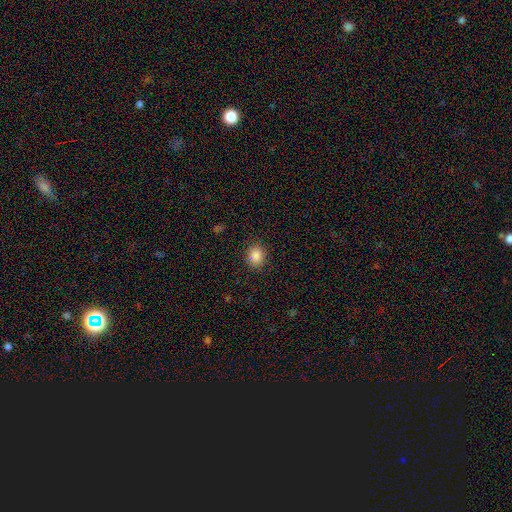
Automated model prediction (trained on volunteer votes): Q: Smooth or featured?
A: smooth (86%); runner-up: star or artifact (10%)
Q: How rounded?
A: round (61%); runner-up: in between (38%)
Q: Merging?
A: none (86%); runner-up: minor disturbance (10%)